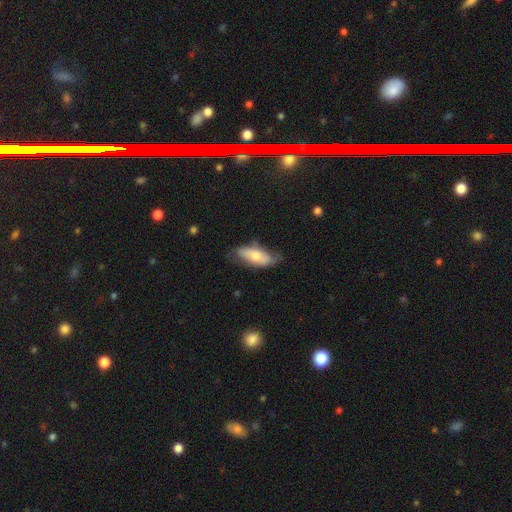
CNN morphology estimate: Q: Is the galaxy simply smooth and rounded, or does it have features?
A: smooth — 63%.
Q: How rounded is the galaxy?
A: in between — 79%.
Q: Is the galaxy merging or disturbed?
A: none — 53%.